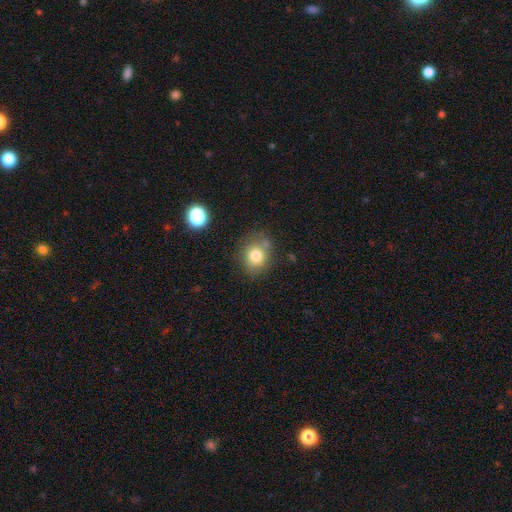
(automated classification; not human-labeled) smooth-or-featured: smooth: 78% | star or artifact: 12% | featured or disk: 10%
  how-rounded: round: 74% | in between: 25% | cigar-shaped: 1%
  merging: none: 71% | minor disturbance: 16% | merger: 8% | major disturbance: 5%